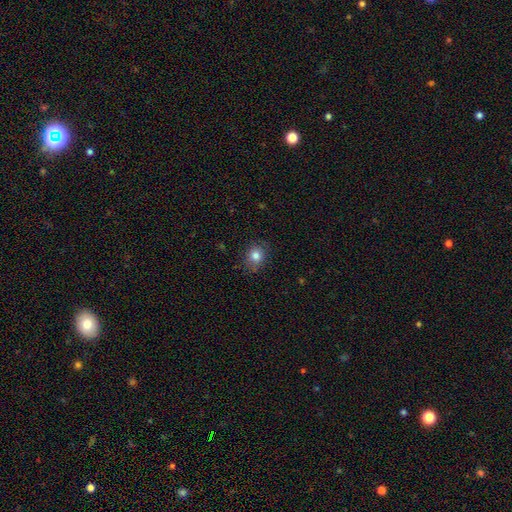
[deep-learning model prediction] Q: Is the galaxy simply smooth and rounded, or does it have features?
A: smooth — 81%.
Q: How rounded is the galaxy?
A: round — 64%.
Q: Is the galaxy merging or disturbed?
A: none — 82%.